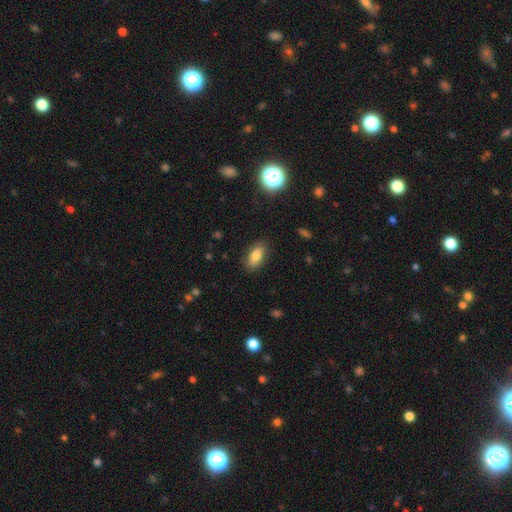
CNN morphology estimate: Smooth or featured? Predicted: smooth (p=0.79). How rounded? Predicted: in between (p=0.89). Merging? Predicted: none (p=0.86).